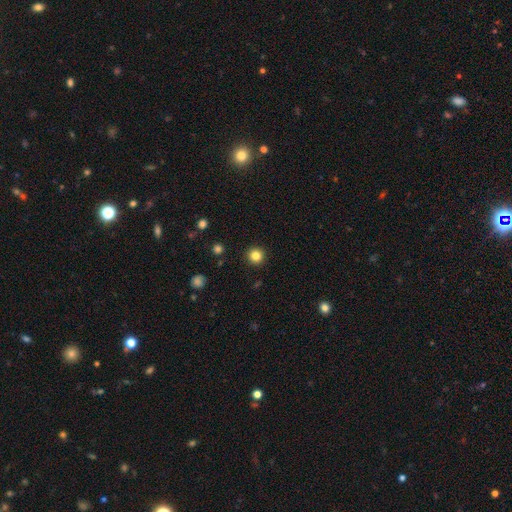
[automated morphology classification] Smooth or featured: smooth — 84% (star or artifact — 12%)
How rounded: round — 95% (in between — 4%)
Merging: none — 93% (minor disturbance — 5%)